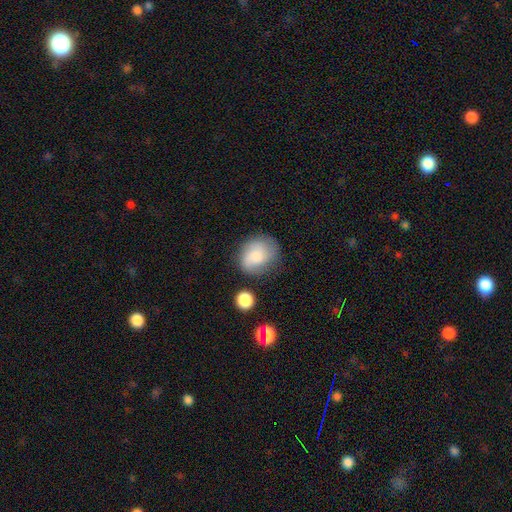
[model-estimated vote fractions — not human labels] The model was most divided on "how rounded": round: 57%, in between: 42%, cigar-shaped: 1%. More confident: merging — none (64%); smooth or featured — smooth (58%).